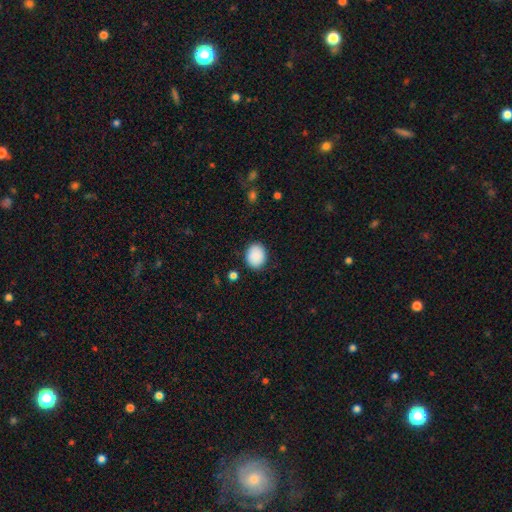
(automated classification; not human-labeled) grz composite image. It shows a smooth galaxy with no disk features (90%) that is round (56%). Merging: none (86%).